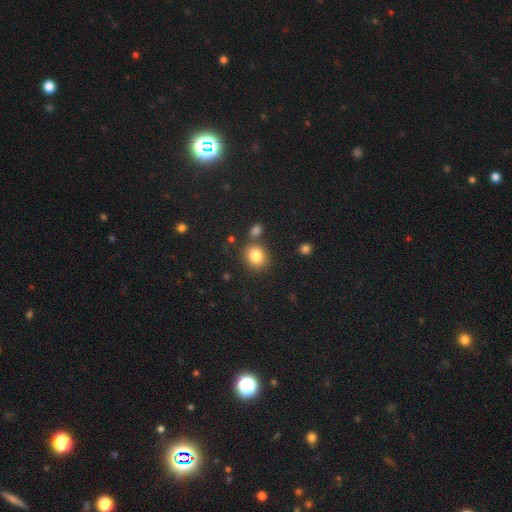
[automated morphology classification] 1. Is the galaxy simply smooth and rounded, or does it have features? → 83% smooth, 11% star or artifact, 7% featured or disk.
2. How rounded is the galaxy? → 72% round, 27% in between, 1% cigar-shaped.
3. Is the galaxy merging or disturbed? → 73% none, 12% merger, 11% minor disturbance, 4% major disturbance.